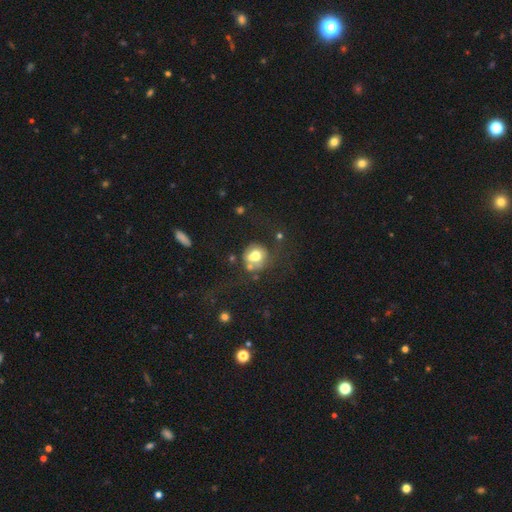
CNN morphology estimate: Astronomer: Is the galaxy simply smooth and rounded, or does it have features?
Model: smooth — 62%.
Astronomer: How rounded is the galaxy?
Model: round — 74%.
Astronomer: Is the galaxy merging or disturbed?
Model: none — 37% (runner-up: merger, 25%).